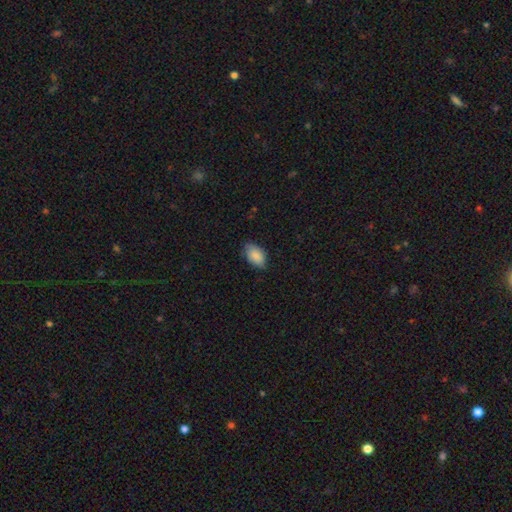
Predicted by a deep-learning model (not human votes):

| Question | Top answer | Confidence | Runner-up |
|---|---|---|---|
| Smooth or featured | smooth | 86% | featured or disk (7%) |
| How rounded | in between | 92% | round (7%) |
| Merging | none | 74% | minor disturbance (21%) |